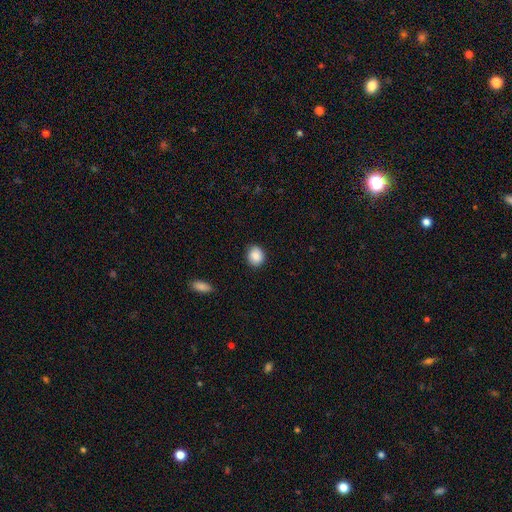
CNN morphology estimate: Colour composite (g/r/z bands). It shows a smooth galaxy with no disk features (88%) that is round (69%). Merging: none (83%).